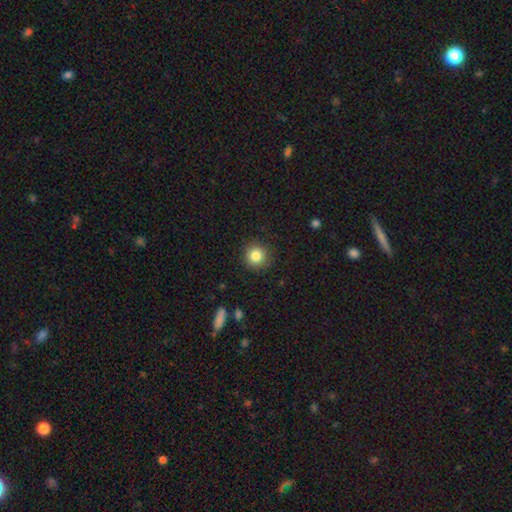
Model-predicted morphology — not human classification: A smooth galaxy with no disk features (84%) that is round (93%). Merging: none (88%).